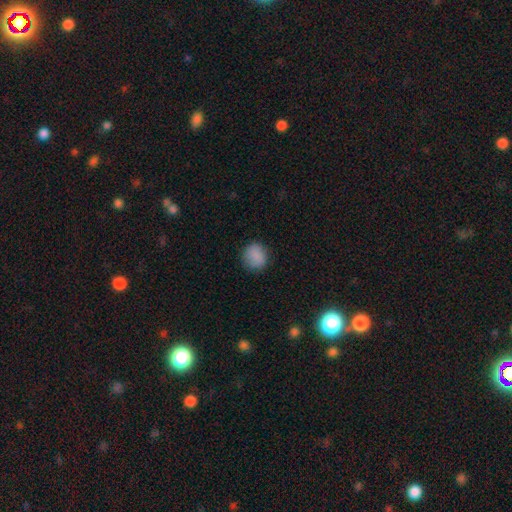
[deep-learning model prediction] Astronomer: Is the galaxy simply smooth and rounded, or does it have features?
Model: smooth — 87%.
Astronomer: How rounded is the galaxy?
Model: round — 80%.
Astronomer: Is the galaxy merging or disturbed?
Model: none — 85%.